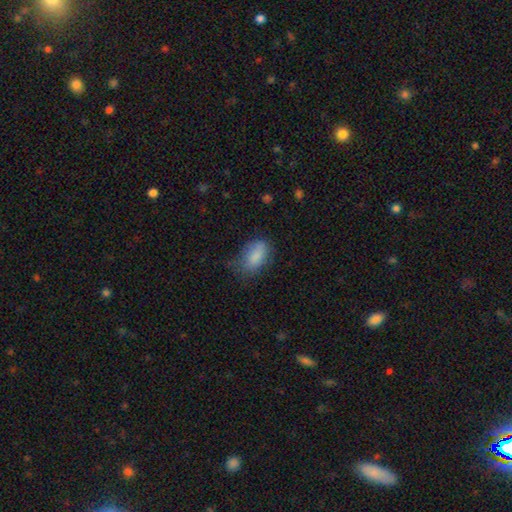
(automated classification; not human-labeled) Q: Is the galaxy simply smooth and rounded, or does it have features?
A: smooth — 84%.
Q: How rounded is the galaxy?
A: in between — 91%.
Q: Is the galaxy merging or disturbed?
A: none — 55%.